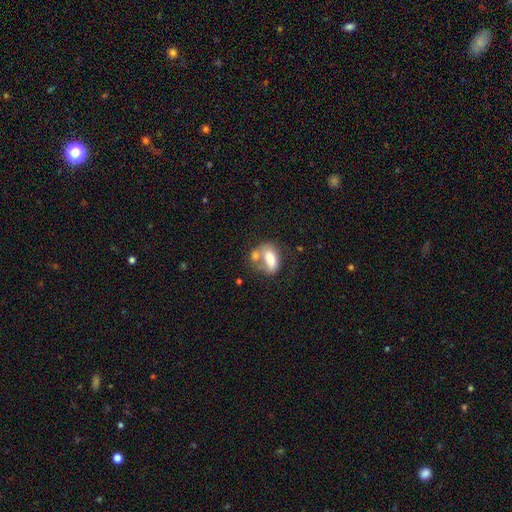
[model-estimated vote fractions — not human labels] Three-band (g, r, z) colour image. It shows a smooth galaxy with no disk features (72%) that is in between round and cigar-shaped (87%). Merging: merger (49%).